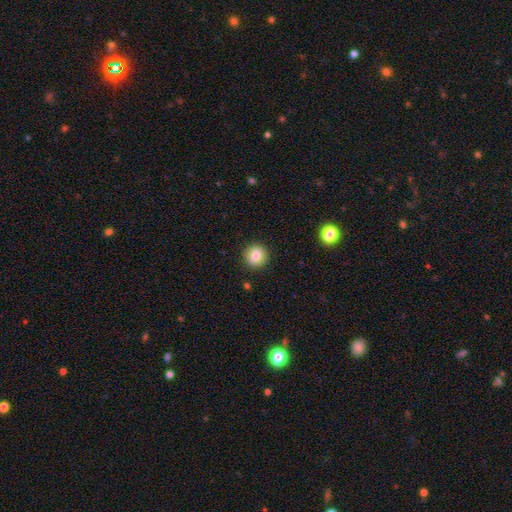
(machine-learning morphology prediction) Q: Smooth or featured?
A: smooth (83%); runner-up: star or artifact (10%)
Q: How rounded?
A: round (89%); runner-up: in between (10%)
Q: Merging?
A: none (91%); runner-up: minor disturbance (6%)